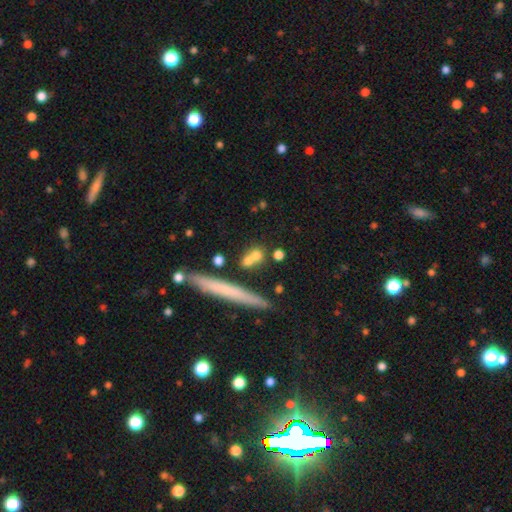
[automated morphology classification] This appears to be a smooth galaxy with no disk features (66%) that is round (55%). Merging: none (55%).